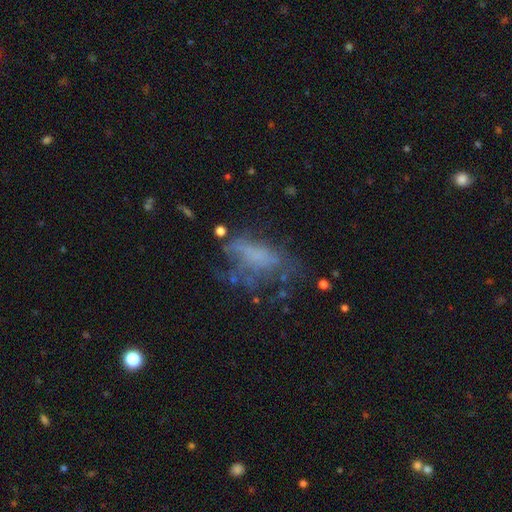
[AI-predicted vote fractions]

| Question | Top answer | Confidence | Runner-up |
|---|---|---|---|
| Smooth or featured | featured or disk | 44% | smooth (39%) |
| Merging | none | 38% | major disturbance (34%) |